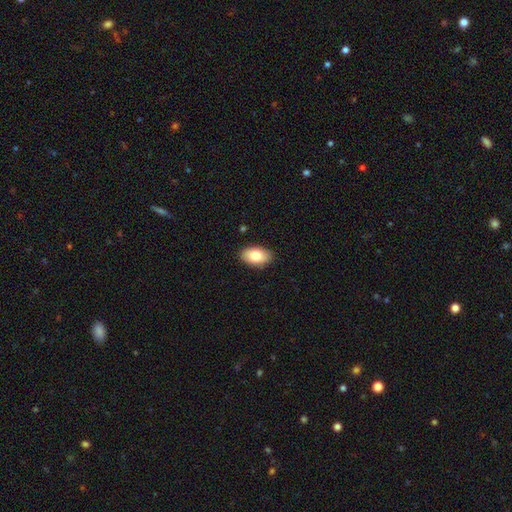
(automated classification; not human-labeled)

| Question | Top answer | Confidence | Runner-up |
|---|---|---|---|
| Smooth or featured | smooth | 81% | featured or disk (12%) |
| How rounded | in between | 92% | round (6%) |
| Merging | none | 88% | minor disturbance (9%) |